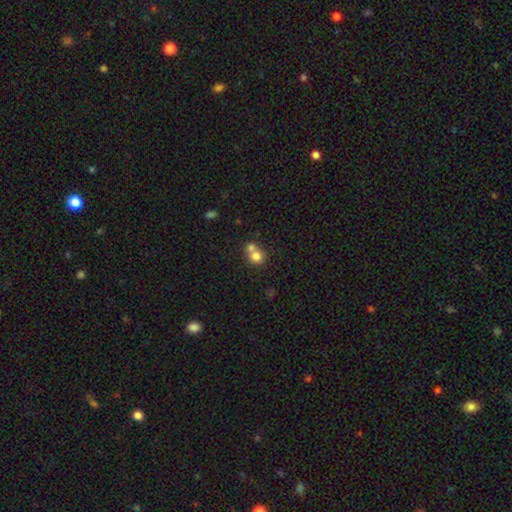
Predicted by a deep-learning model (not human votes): A smooth galaxy with no disk features (77%) that is round (82%). Merging: merger (58%).